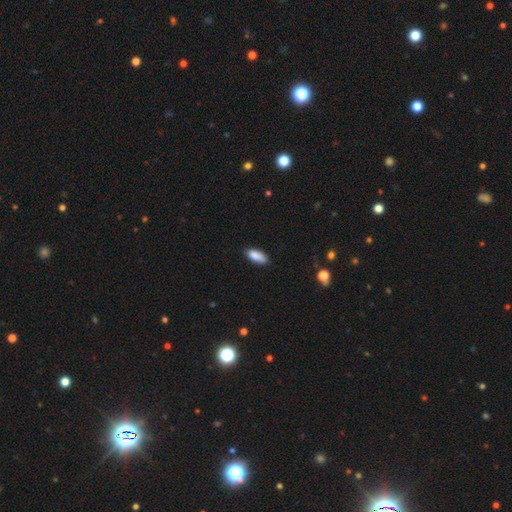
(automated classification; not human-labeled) Smooth or featured? Predicted: smooth (p=0.87). How rounded? Predicted: in between (p=0.85). Merging? Predicted: none (p=0.77).